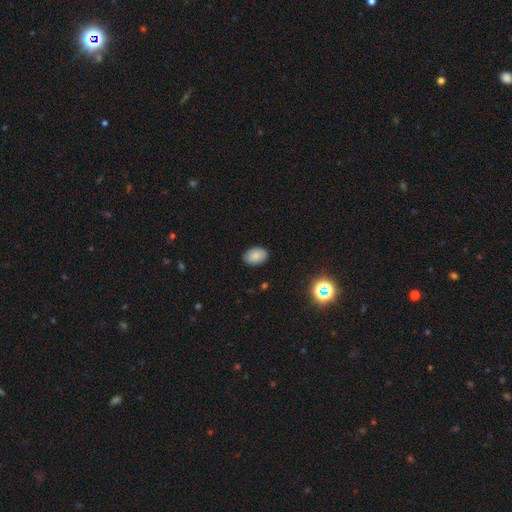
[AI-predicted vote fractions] A smooth galaxy with no disk features (84%) that is in between round and cigar-shaped (86%). Merging: none (87%).